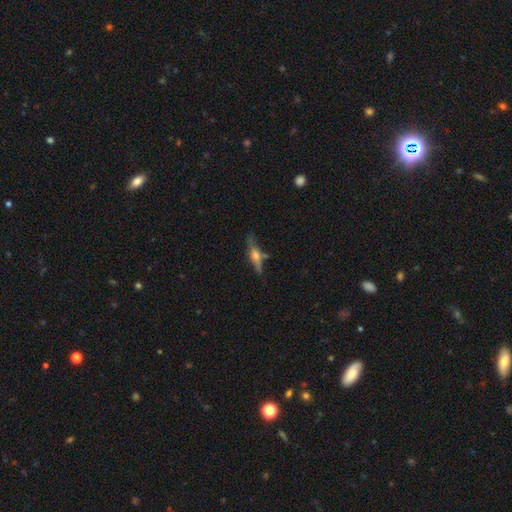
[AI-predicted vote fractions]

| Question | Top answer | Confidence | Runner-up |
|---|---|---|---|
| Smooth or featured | featured or disk | 63% | smooth (30%) |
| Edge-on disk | yes | 93% | no (7%) |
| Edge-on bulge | rounded | 90% | boxy (6%) |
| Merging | none | 71% | minor disturbance (18%) |